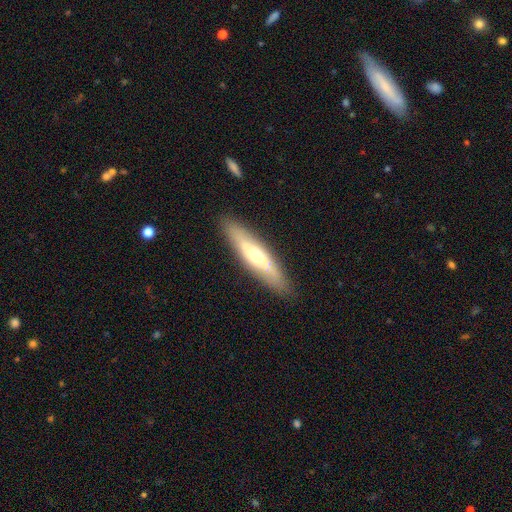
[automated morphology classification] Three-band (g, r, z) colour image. It shows a featured or disk galaxy (54%) viewed edge-on (68%). Merging: none (88%).